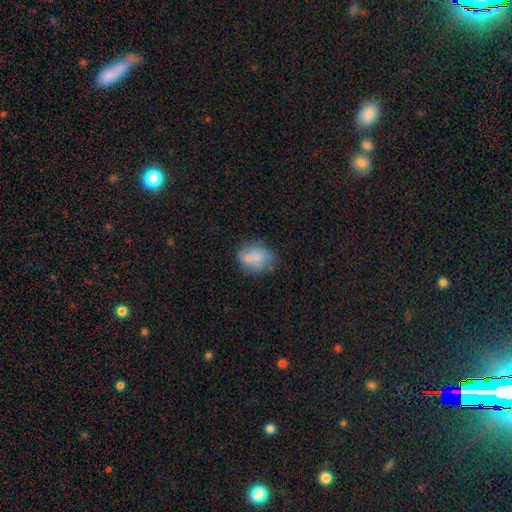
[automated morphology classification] Smooth or featured: smooth — 67% (featured or disk — 22%)
How rounded: in between — 51% (round — 47%)
Merging: none — 54% (minor disturbance — 22%)